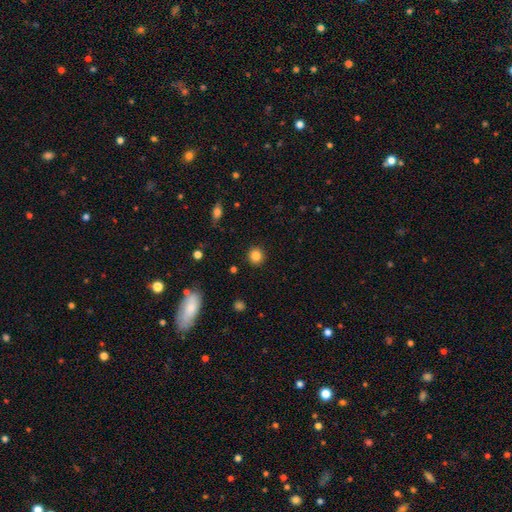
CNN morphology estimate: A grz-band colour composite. It shows a smooth galaxy with no disk features (85%) that is round (91%). Merging: none (91%).